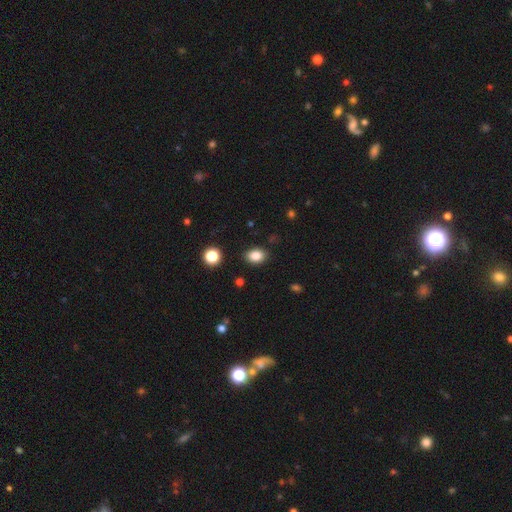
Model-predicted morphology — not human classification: smooth_or_featured: smooth (p=0.84) [alt: star or artifact p=0.10]
how_rounded: in between (p=0.74) [alt: round p=0.25]
merging: none (p=0.86) [alt: minor disturbance p=0.09]